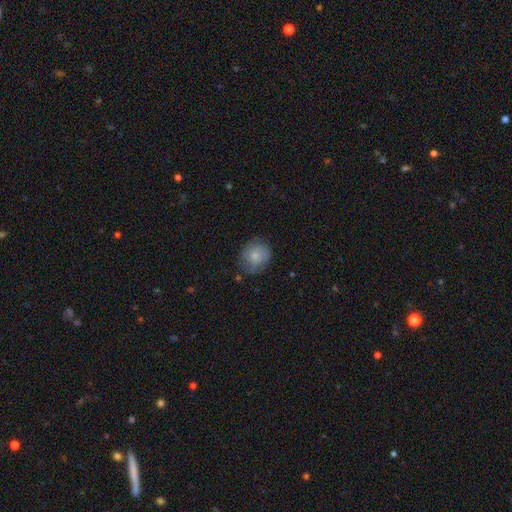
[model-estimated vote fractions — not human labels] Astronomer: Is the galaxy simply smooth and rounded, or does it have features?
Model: smooth — 76%.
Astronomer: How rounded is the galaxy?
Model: round — 78%.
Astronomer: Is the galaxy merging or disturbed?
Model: none — 66%.